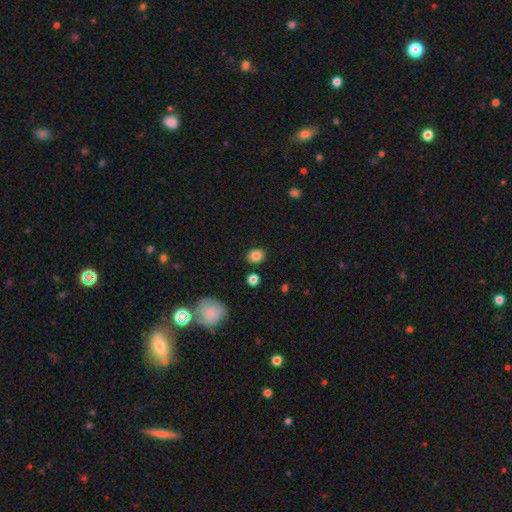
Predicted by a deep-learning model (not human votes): This is clearly a smooth galaxy (84%). How rounded: likely round (62%). Merging: clearly none (86%).